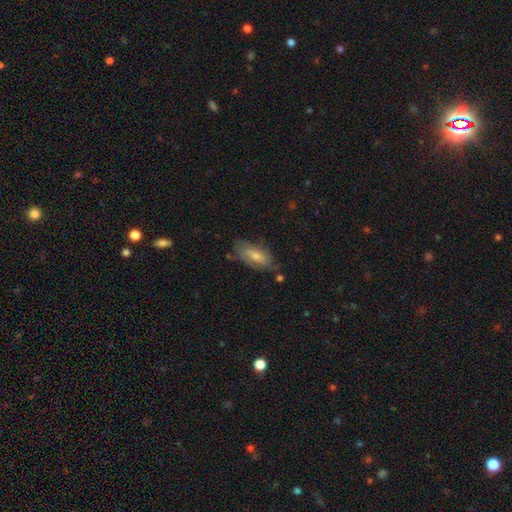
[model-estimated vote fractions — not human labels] Morphology: type=smooth (50%); merging=none (67%).